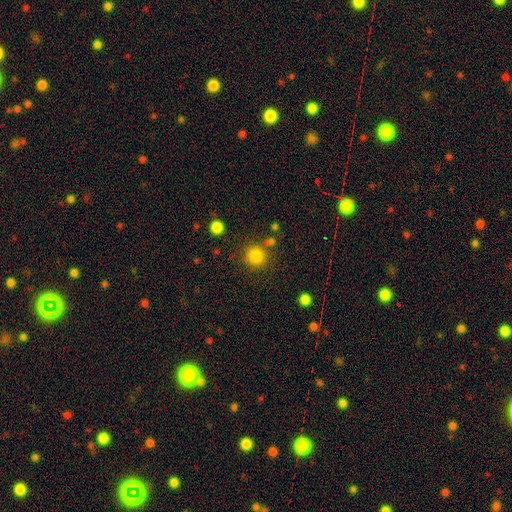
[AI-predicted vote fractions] The model was most divided on "smooth or featured": smooth: 83%, star or artifact: 12%, featured or disk: 5%. More confident: how rounded — round (93%); merging — none (81%).